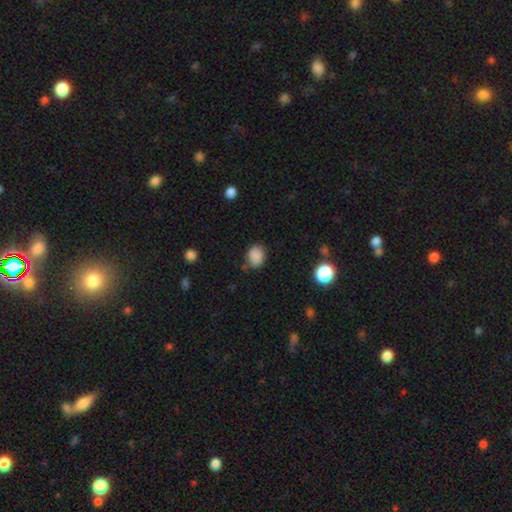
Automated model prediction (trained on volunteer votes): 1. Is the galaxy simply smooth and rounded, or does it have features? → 86% smooth, 10% star or artifact, 4% featured or disk.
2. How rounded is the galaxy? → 53% round, 46% in between, 1% cigar-shaped.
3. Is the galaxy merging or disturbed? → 76% none, 17% minor disturbance, 4% major disturbance, 3% merger.